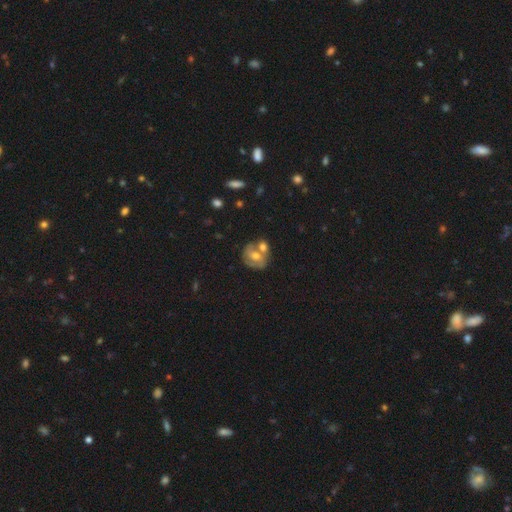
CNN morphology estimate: Smooth or featured?
  - featured or disk: 48% *
  - smooth: 44%
  - star or artifact: 8%
Merging?
  - merger: 42% *
  - none: 39%
  - minor disturbance: 13%
  - major disturbance: 6%